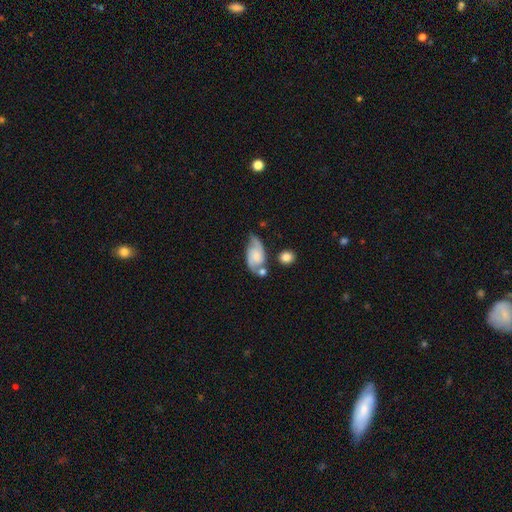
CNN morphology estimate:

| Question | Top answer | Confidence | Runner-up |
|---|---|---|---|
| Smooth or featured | featured or disk | 72% | smooth (22%) |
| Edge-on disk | no | 96% | yes (4%) |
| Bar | no | 61% | weak (32%) |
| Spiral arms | yes | 94% | no (6%) |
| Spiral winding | medium | 47% | loose (32%) |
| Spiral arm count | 2 | 88% | can't tell (5%) |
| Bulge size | small | 44% | moderate (25%) |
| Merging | none | 53% | minor disturbance (23%) |